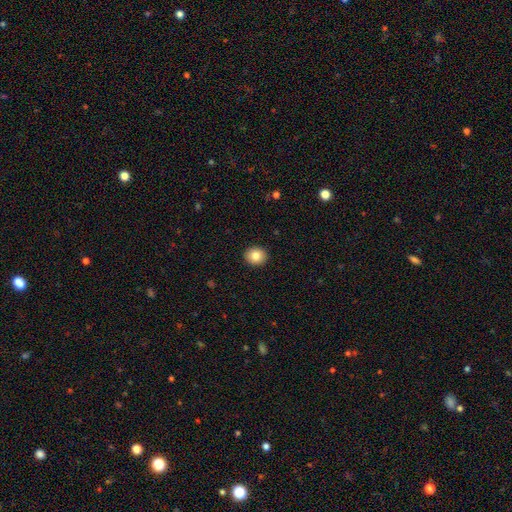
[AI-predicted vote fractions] Morphology: type=smooth (83%); roundness=round (77%); merging=none (92%).